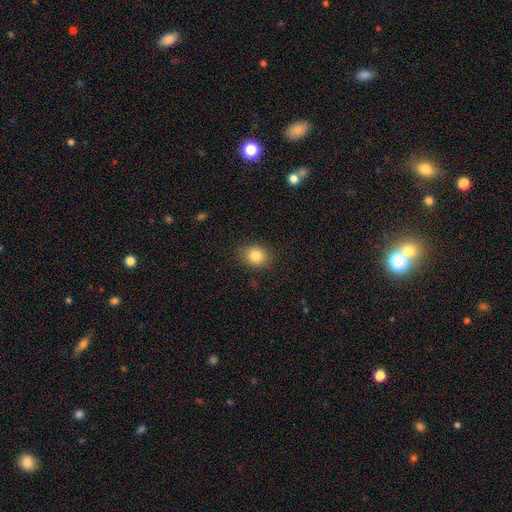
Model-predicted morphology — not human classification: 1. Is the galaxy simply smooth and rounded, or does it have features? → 83% smooth, 10% star or artifact, 7% featured or disk.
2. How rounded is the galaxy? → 63% round, 36% in between, 1% cigar-shaped.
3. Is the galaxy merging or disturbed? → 88% none, 9% minor disturbance, 2% major disturbance, 1% merger.